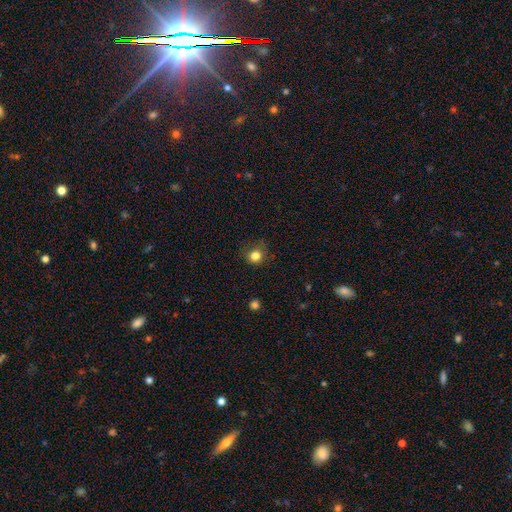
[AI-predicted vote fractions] This appears to be a smooth galaxy with no disk features (81%) that is round (85%). Merging: none (77%).